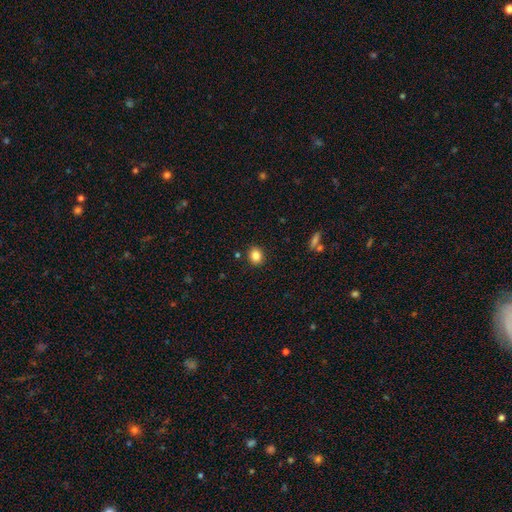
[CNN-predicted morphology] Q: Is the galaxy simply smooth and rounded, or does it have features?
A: smooth — 83%.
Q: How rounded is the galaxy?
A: round — 65%.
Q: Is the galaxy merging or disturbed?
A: none — 88%.